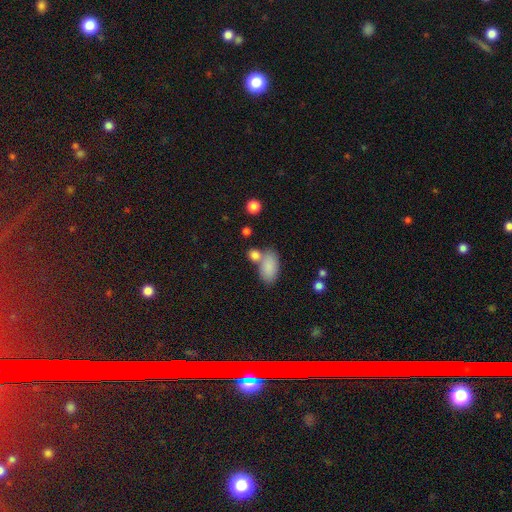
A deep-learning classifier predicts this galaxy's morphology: The model was most divided on "merging": none: 55%, merger: 28%, minor disturbance: 12%, major disturbance: 5%. More confident: smooth or featured — smooth (84%); how rounded — in between (73%).